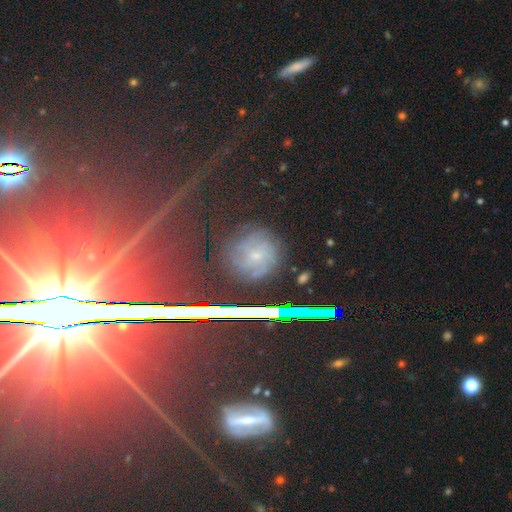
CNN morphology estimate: This appears to be a featured or disk galaxy (40%). Merging: none (81%).